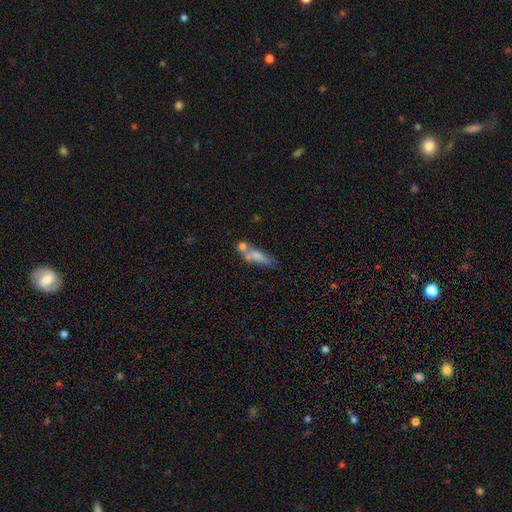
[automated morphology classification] type=smooth (66%); roundness=cigar-shaped (53%); merging=none (38%).